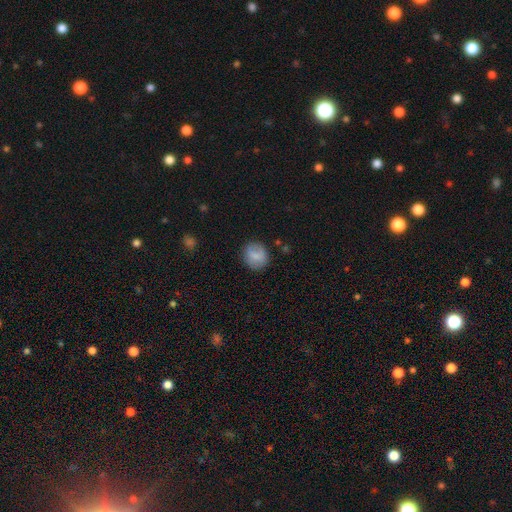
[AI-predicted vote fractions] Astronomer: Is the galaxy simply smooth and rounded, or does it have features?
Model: smooth — 75%.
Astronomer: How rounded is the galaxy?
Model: round — 76%.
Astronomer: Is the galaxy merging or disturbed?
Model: none — 83%.